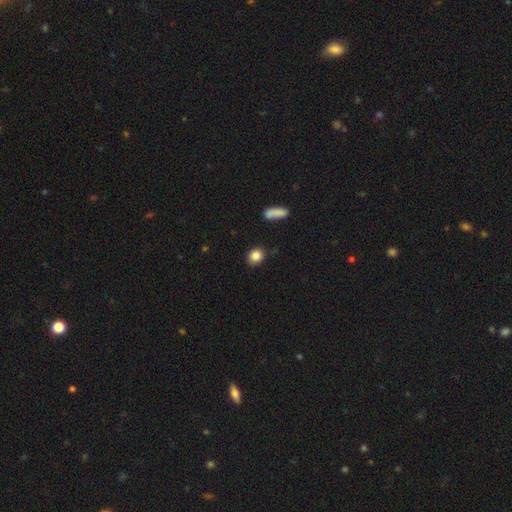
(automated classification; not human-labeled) The model was most divided on "how rounded": round: 67%, in between: 31%, cigar-shaped: 2%. More confident: smooth or featured — smooth (86%); merging — none (85%).